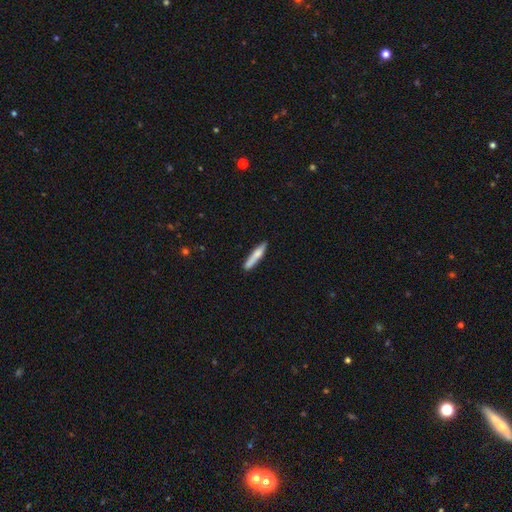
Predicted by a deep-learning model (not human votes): A smooth galaxy with no disk features (69%) that is cigar-shaped (90%).

Vote fractions:
- Smooth or featured? smooth: 69% / featured or disk: 25% / star or artifact: 5%
- How rounded? cigar-shaped: 90% / in between: 9% / round: 2%
- Merging? none: 83% / minor disturbance: 13% / merger: 2% / major disturbance: 2%